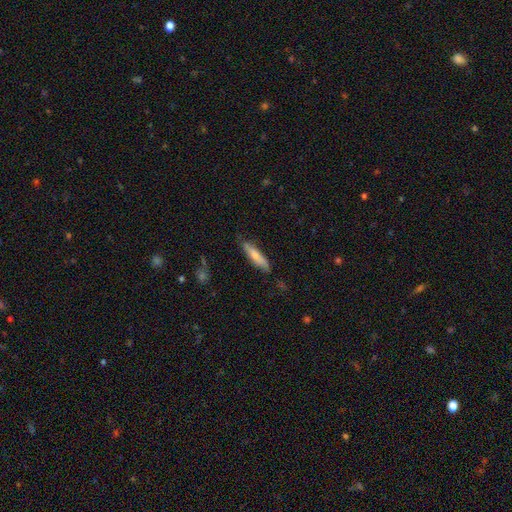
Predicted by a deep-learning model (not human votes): smooth-or-featured: smooth: 71% | featured or disk: 23% | star or artifact: 6%
  how-rounded: cigar-shaped: 72% | in between: 26% | round: 2%
  merging: none: 77% | minor disturbance: 18% | major disturbance: 4% | merger: 2%